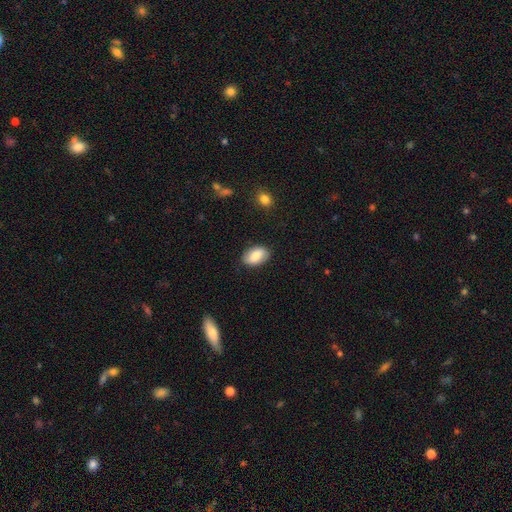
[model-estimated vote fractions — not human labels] Overall: smooth (79%). How rounded: in between (91%). Merging: none (85%).